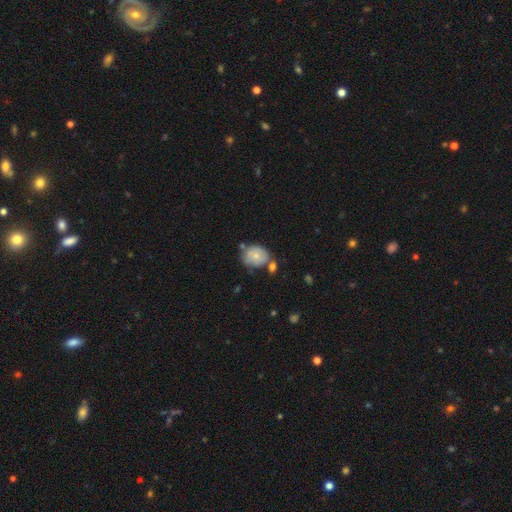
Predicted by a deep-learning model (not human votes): smooth_or_featured: smooth (p=0.68) [alt: featured or disk p=0.24]
how_rounded: round (p=0.53) [alt: in between p=0.46]
merging: none (p=0.50) [alt: minor disturbance p=0.24]